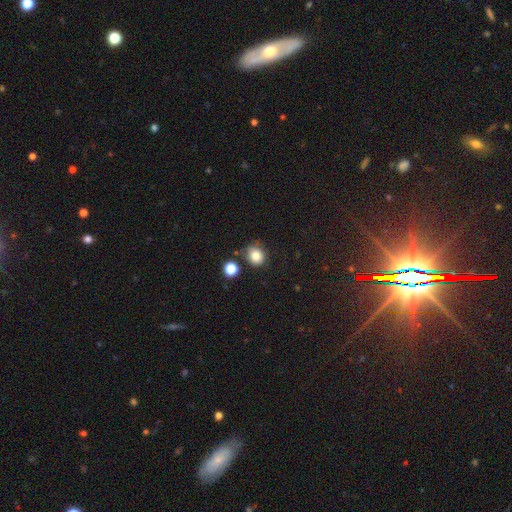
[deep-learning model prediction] Smooth or featured? Predicted: smooth (p=0.82). How rounded? Predicted: round (p=0.76). Merging? Predicted: none (p=0.67).